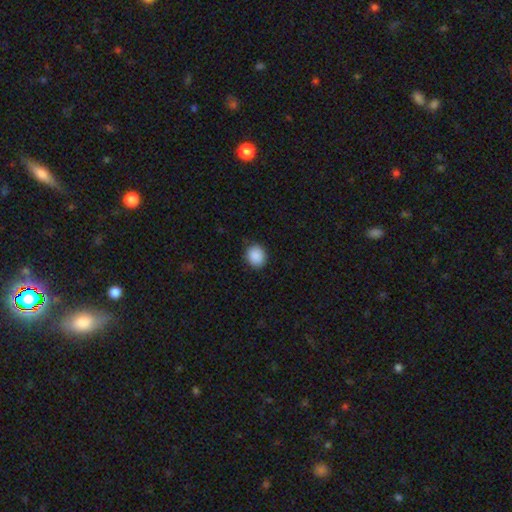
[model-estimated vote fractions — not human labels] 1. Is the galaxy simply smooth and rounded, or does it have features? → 90% smooth, 8% star or artifact, 3% featured or disk.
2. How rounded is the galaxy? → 73% round, 26% in between, 1% cigar-shaped.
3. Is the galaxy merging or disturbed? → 88% none, 9% minor disturbance, 2% major disturbance, 1% merger.